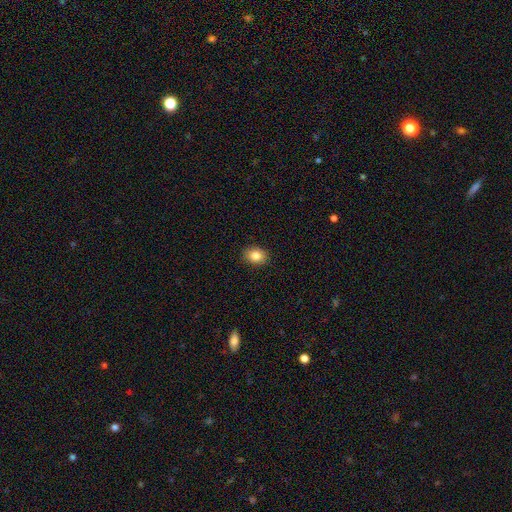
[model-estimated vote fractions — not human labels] A smooth galaxy with no disk features (84%) that is in between round and cigar-shaped (56%). Merging: none (89%).